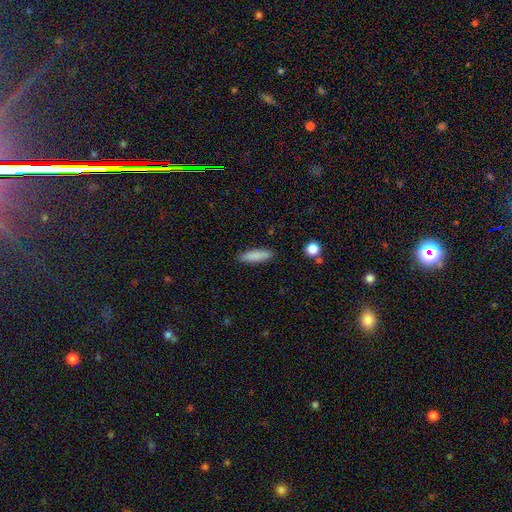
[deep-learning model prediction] Smooth or featured? smooth (86%)
How rounded? cigar-shaped (66%)
Merging? none (89%)